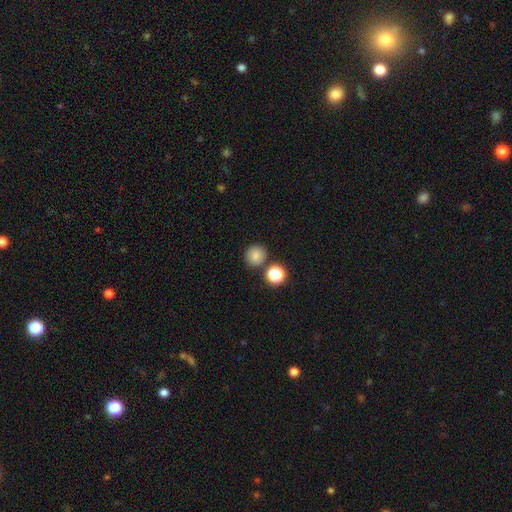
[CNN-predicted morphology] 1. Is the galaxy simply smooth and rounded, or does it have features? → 80% smooth, 13% star or artifact, 6% featured or disk.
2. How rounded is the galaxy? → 90% round, 9% in between, 1% cigar-shaped.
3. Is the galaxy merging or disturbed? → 79% none, 10% merger, 8% minor disturbance, 3% major disturbance.